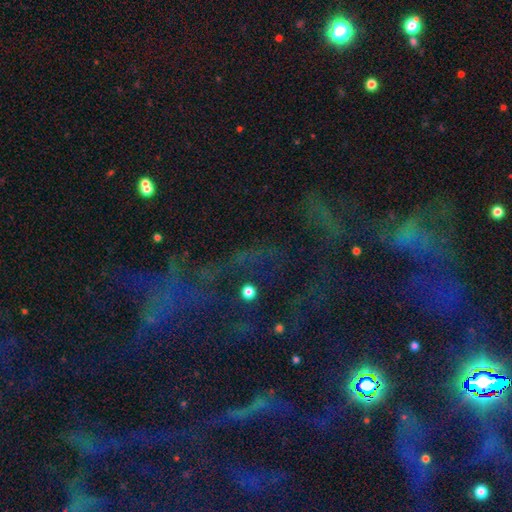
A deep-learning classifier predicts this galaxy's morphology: Overall: star or artifact (76%).